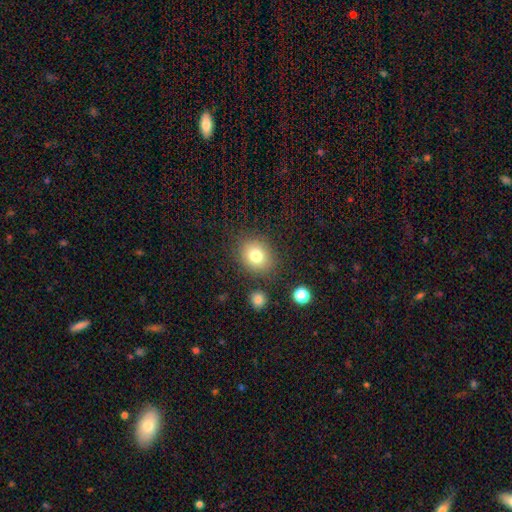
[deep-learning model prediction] A smooth galaxy with no disk features (79%) that is round (66%). Merging: none (82%).